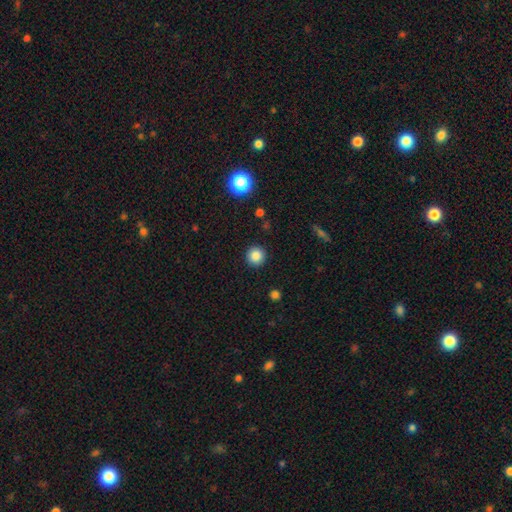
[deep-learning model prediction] smooth_or_featured: smooth (p=0.85) [alt: star or artifact p=0.11]
how_rounded: round (p=0.95) [alt: in between p=0.04]
merging: none (p=0.92) [alt: minor disturbance p=0.05]